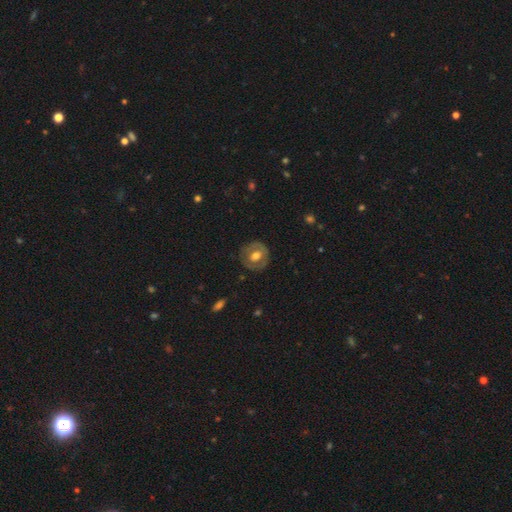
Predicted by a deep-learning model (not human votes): This appears to be a smooth galaxy with no disk features (48%). Merging: none (82%).